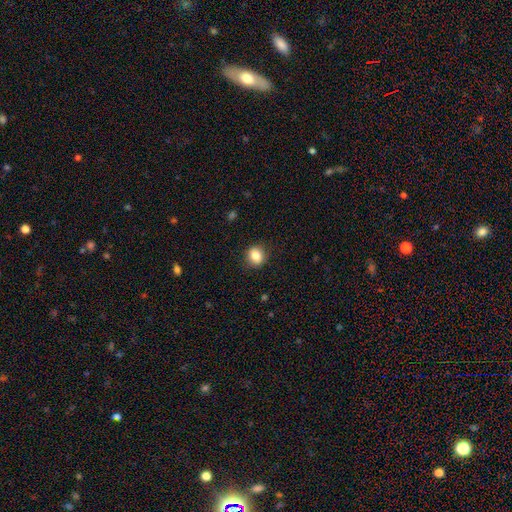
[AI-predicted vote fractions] This is clearly a smooth galaxy (85%). How rounded: likely round (72%). Merging: clearly none (86%).